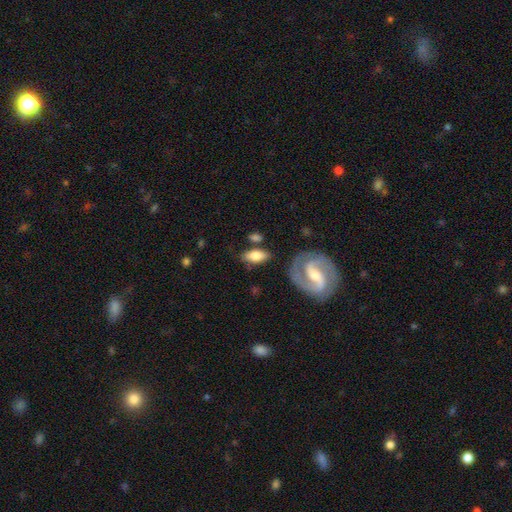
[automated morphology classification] This is likely a smooth galaxy (66%). How rounded: clearly in between (85%). Merging: likely none (74%).